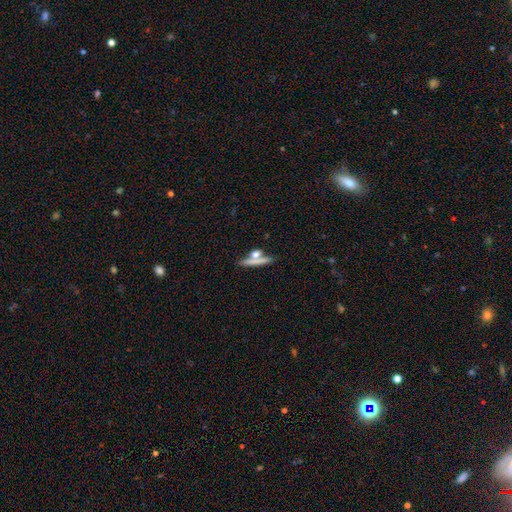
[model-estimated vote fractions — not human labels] This appears to be a smooth galaxy with no disk features (66%) that is cigar-shaped (63%). Merging: none (58%).